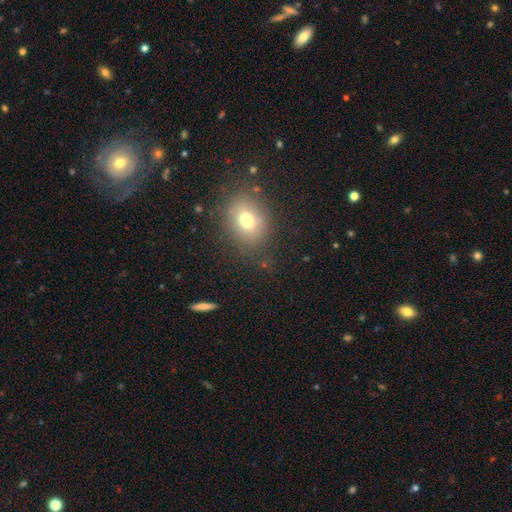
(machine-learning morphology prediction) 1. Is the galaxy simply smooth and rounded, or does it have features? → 59% smooth, 28% star or artifact, 13% featured or disk.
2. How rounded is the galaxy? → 50% round, 48% in between, 2% cigar-shaped.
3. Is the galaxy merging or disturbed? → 84% none, 10% minor disturbance, 4% major disturbance, 2% merger.